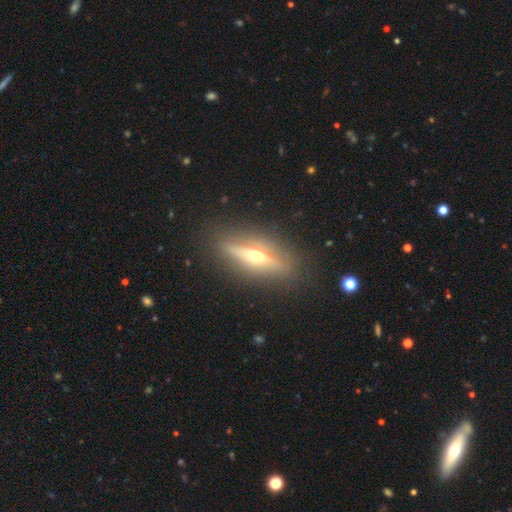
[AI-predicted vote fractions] A featured or disk galaxy (74%) viewed edge-on (92%) with a rounded central bulge (95%). Merging: none (87%).